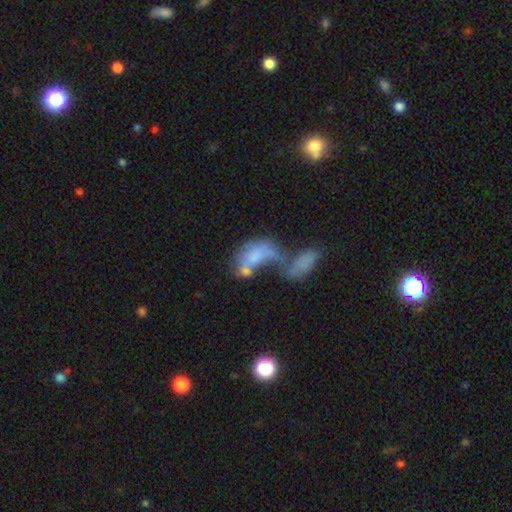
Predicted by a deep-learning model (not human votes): Q: Smooth or featured?
A: smooth (52%); runner-up: featured or disk (37%)
Q: How rounded?
A: in between (87%); runner-up: round (7%)
Q: Merging?
A: merger (60%); runner-up: major disturbance (20%)